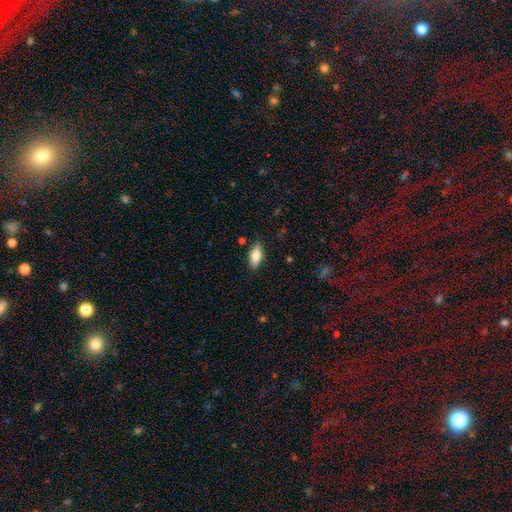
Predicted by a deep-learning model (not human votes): A smooth galaxy with no disk features (75%) that is in between round and cigar-shaped (80%). Merging: none (84%).